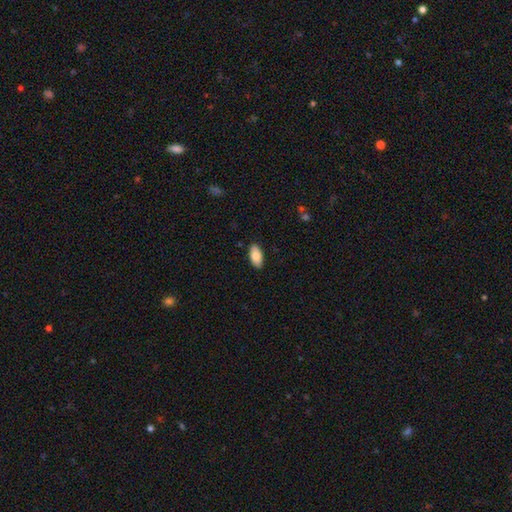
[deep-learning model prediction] Smooth or featured? smooth (82%)
How rounded? in between (93%)
Merging? none (89%)